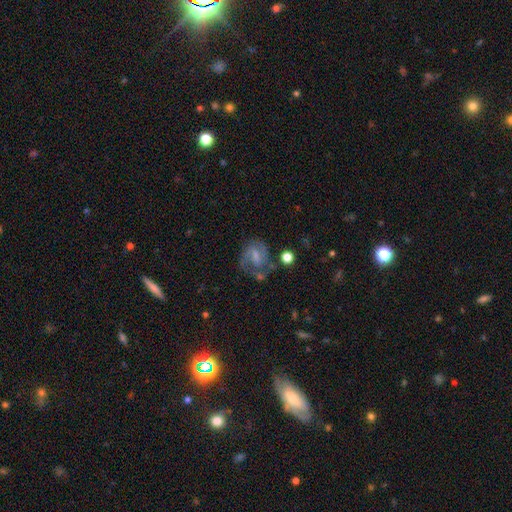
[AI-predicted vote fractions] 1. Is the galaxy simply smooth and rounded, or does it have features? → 70% featured or disk, 22% smooth, 8% star or artifact.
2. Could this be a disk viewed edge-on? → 97% no, 3% yes.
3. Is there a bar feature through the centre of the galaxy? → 53% weak, 24% no, 23% strong.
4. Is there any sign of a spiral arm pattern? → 89% yes, 11% no.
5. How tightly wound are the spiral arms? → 51% medium, 30% tight, 19% loose.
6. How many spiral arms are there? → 72% 2, 11% can't tell, 9% 1, 4% 3, 1% 4, 1% more than 4.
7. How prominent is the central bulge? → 41% small, 27% moderate, 26% none, 5% large, 1% dominant.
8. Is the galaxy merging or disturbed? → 52% none, 22% minor disturbance, 17% major disturbance, 9% merger.